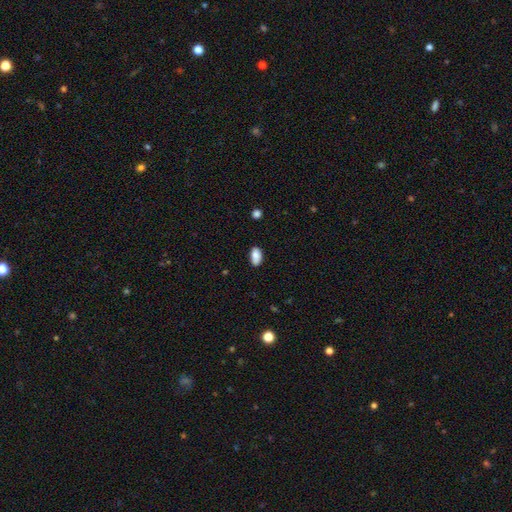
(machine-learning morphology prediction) Smooth or featured? Predicted: smooth (p=0.85). How rounded? Predicted: in between (p=0.93). Merging? Predicted: none (p=0.77).